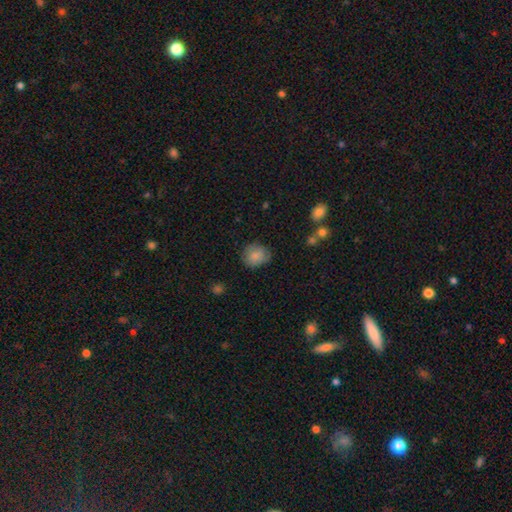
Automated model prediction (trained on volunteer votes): Smooth or featured? Predicted: smooth (p=0.83). How rounded? Predicted: round (p=0.64). Merging? Predicted: none (p=0.72).